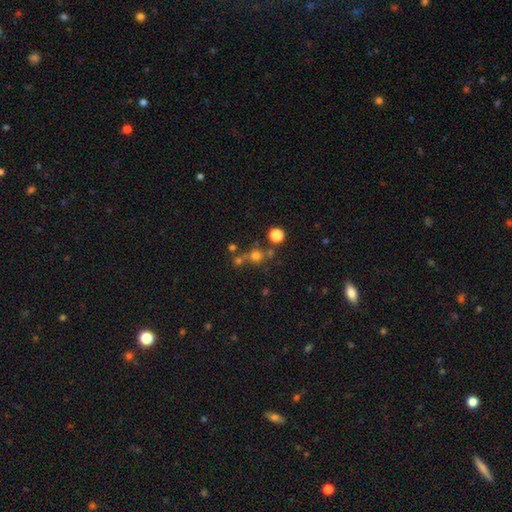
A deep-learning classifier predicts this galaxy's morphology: Smooth or featured?
  - smooth: 64% *
  - star or artifact: 23%
  - featured or disk: 13%
How rounded?
  - round: 89% *
  - in between: 10%
  - cigar-shaped: 1%
Merging?
  - none: 58% *
  - merger: 28%
  - minor disturbance: 9%
  - major disturbance: 6%